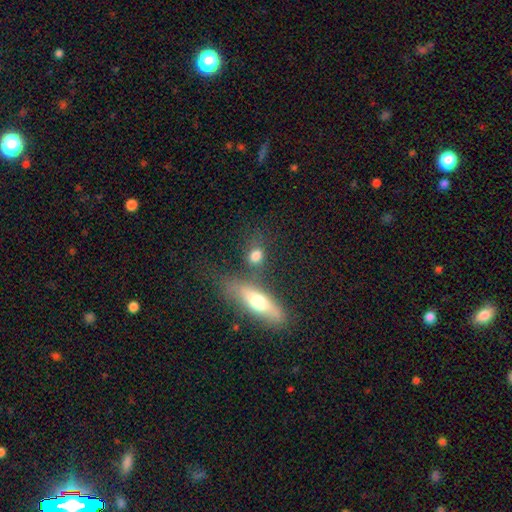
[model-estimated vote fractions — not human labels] Overall: smooth (76%). How rounded: in between (51%; round 39%). Merging: none (61%).